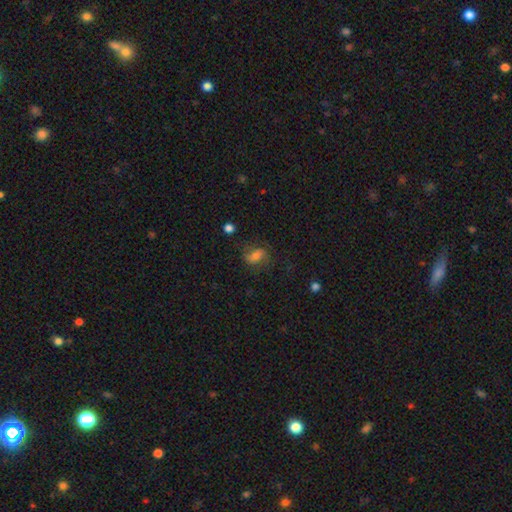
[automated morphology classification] The model was most divided on "smooth or featured": smooth: 53%, featured or disk: 35%, star or artifact: 12%. More confident: how rounded — in between (71%); merging — none (66%).